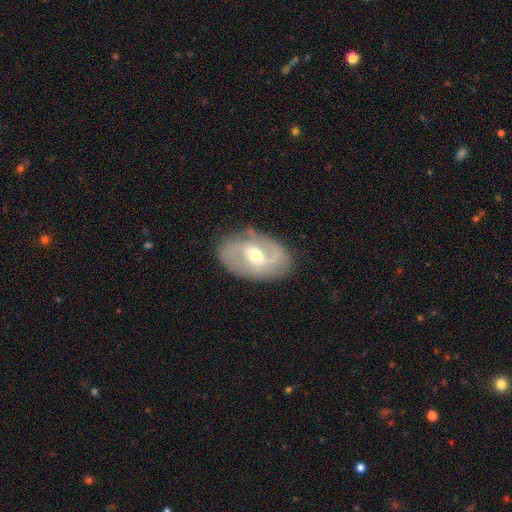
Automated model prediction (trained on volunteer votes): This appears to be a featured or disk galaxy (81%) with a weak bar (55%), 2 (82%) medium (48%) spiral arms (90%) and a moderate central bulge (67%). Merging: none (79%).